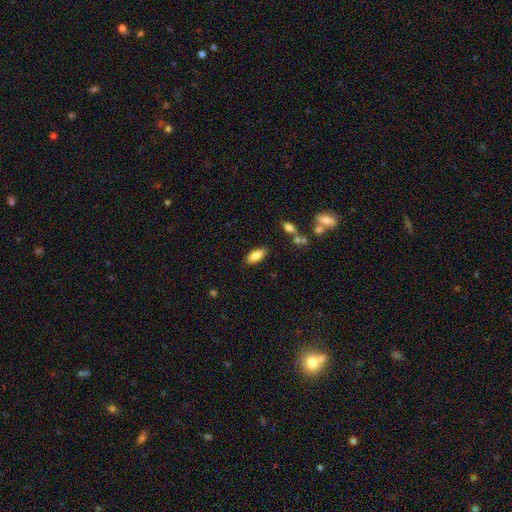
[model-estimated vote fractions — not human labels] Smooth or featured?
  - smooth: 84% *
  - featured or disk: 9%
  - star or artifact: 7%
How rounded?
  - in between: 83% *
  - cigar-shaped: 15%
  - round: 2%
Merging?
  - none: 84% *
  - minor disturbance: 11%
  - major disturbance: 3%
  - merger: 2%